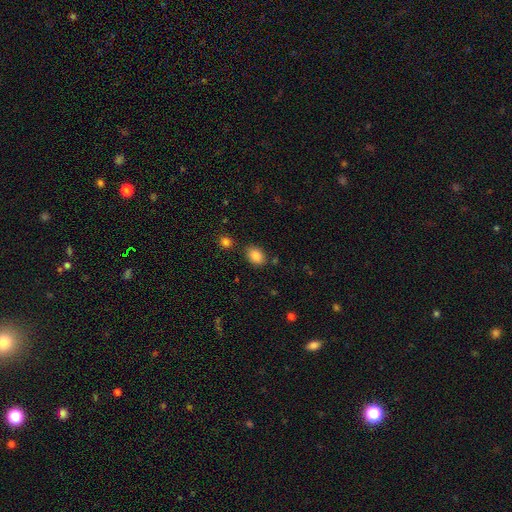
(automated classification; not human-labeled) Smooth or featured: smooth — 85% (star or artifact — 9%)
How rounded: in between — 73% (round — 26%)
Merging: none — 81% (minor disturbance — 11%)